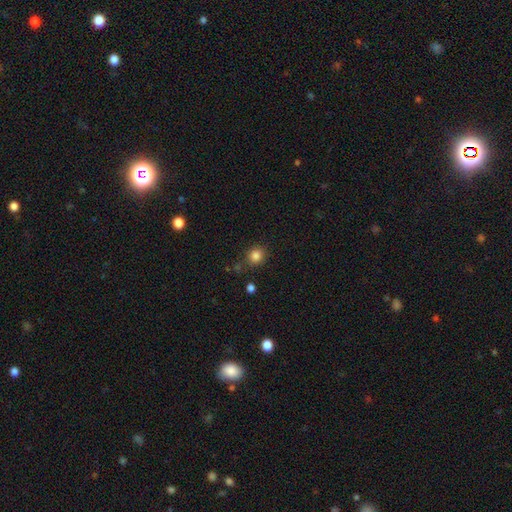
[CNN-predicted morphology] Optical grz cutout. It shows a smooth galaxy with no disk features (84%) that is round (84%). Merging: none (80%).